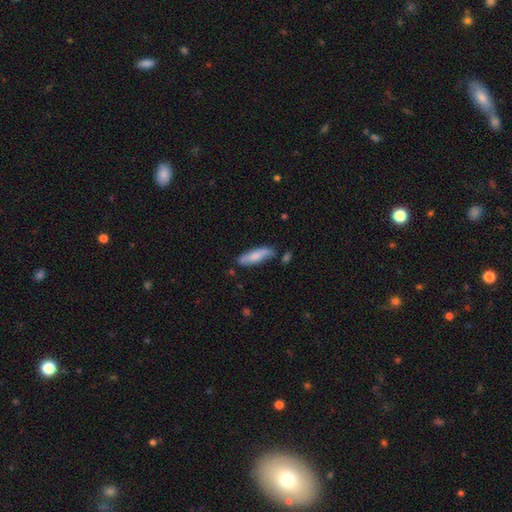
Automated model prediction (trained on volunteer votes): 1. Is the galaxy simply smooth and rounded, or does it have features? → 73% smooth, 21% featured or disk, 6% star or artifact.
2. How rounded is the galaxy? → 58% cigar-shaped, 40% in between, 2% round.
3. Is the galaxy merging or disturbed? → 71% none, 20% minor disturbance, 5% merger, 4% major disturbance.